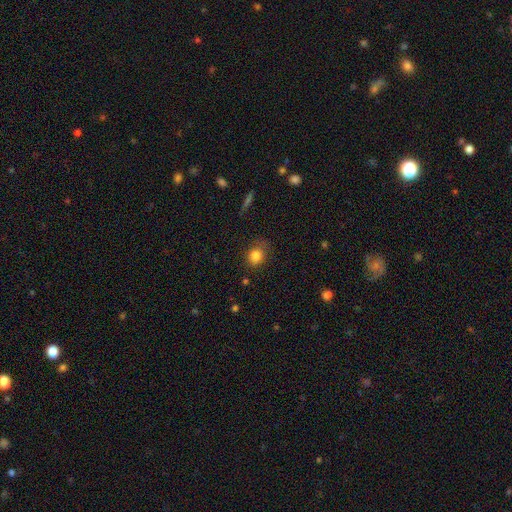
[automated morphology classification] type=smooth (82%); roundness=round (69%); merging=none (74%).